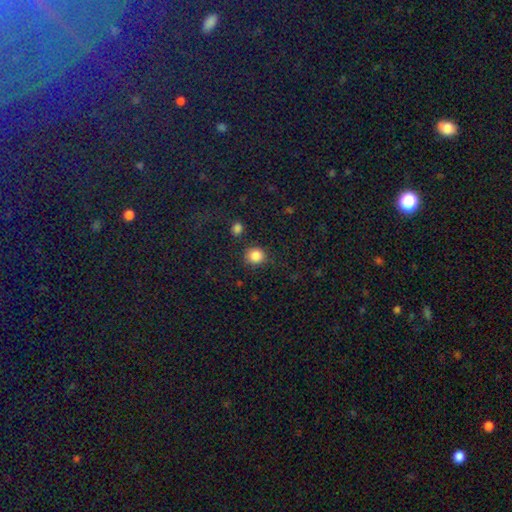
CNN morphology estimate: Q: Smooth or featured?
A: smooth (86%); runner-up: star or artifact (10%)
Q: How rounded?
A: round (86%); runner-up: in between (13%)
Q: Merging?
A: none (83%); runner-up: minor disturbance (10%)